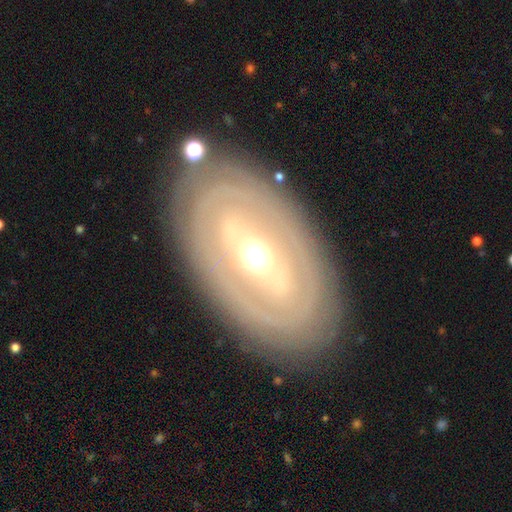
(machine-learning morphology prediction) This is likely a featured or disk galaxy (79%). It is clearly not viewed edge-on (92%). Bar: possibly no (52%). Spiral arm pattern: possibly yes (52%). Central bulge: likely moderate (73%). Merging: clearly none (83%).